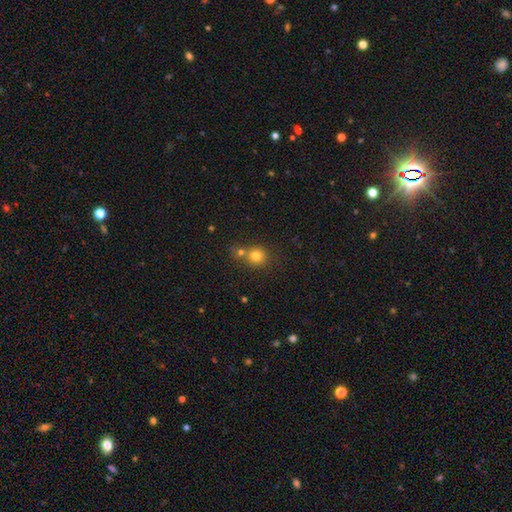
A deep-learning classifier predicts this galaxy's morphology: The model was most divided on "merging": none: 55%, merger: 33%, minor disturbance: 9%, major disturbance: 3%. More confident: how rounded — round (86%); smooth or featured — smooth (79%).